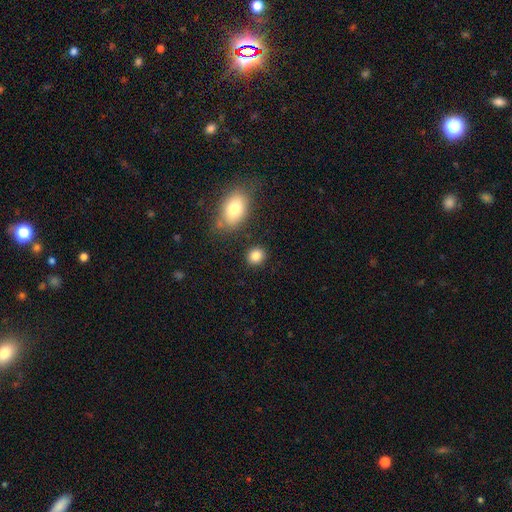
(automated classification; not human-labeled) The model was most divided on "how rounded": round: 72%, in between: 27%, cigar-shaped: 1%. More confident: merging — none (85%); smooth or featured — smooth (85%).